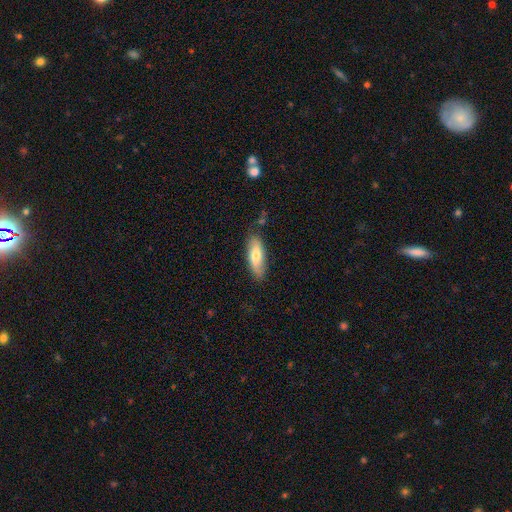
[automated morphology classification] Overall: smooth (71%). How rounded: in between (68%; cigar-shaped 30%). Merging: none (79%).